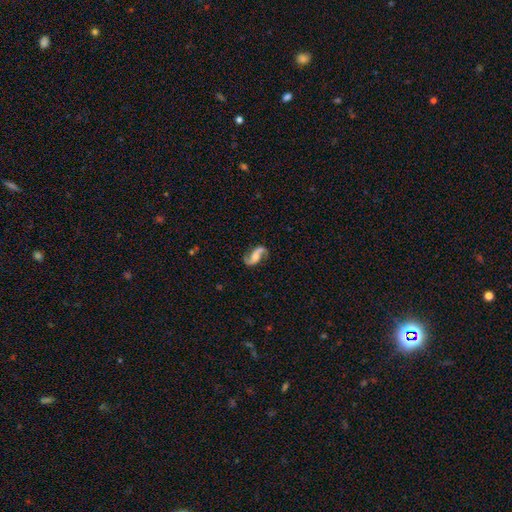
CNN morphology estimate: A featured or disk galaxy (87%) with no bar (47%), 2 (94%) loose (67%) spiral arms (97%) and a moderate central bulge (34%).

Vote fractions:
- Smooth or featured? featured or disk: 87% / smooth: 8% / star or artifact: 6%
- Edge-on disk? no: 97% / yes: 3%
- Bar? no: 47% / weak: 35% / strong: 17%
- Spiral arms? yes: 97% / no: 3%
- Spiral winding? loose: 67% / medium: 27% / tight: 6%
- Spiral arm count? 2: 94% / 1: 2% / can't tell: 2% / 3: 1% / 4: 1% / more than 4: 1%
- Bulge size? moderate: 34% / small: 25% / none: 24% / large: 15% / dominant: 3%
- Merging? none: 79% / minor disturbance: 13% / major disturbance: 6% / merger: 2%